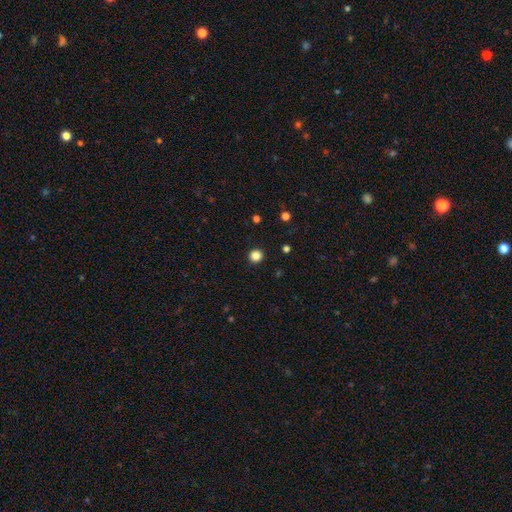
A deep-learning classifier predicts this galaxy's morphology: type=smooth (85%); roundness=round (95%); merging=none (93%).